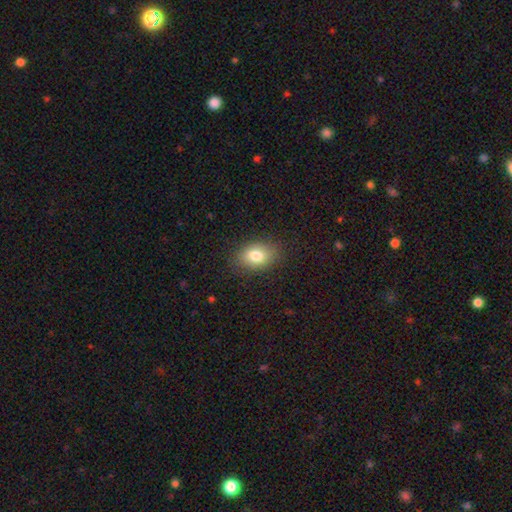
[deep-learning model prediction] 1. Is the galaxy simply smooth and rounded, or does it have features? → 80% smooth, 11% featured or disk, 9% star or artifact.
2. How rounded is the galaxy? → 82% in between, 17% round, 1% cigar-shaped.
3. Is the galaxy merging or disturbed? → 85% none, 11% minor disturbance, 3% major disturbance, 1% merger.